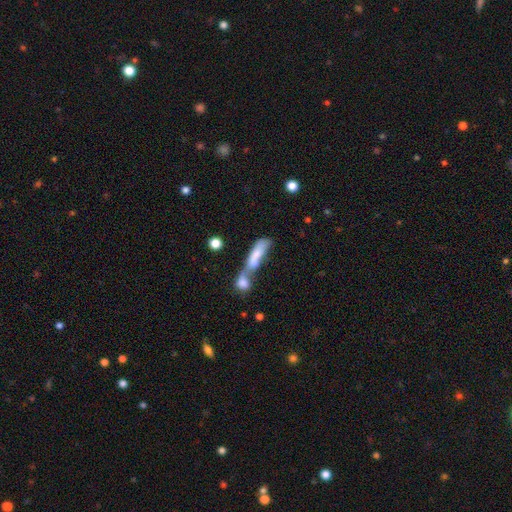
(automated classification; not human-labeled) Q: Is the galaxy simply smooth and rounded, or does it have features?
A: smooth — 71%.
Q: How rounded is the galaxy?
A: cigar-shaped — 49%.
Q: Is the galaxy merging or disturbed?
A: merger — 70%.